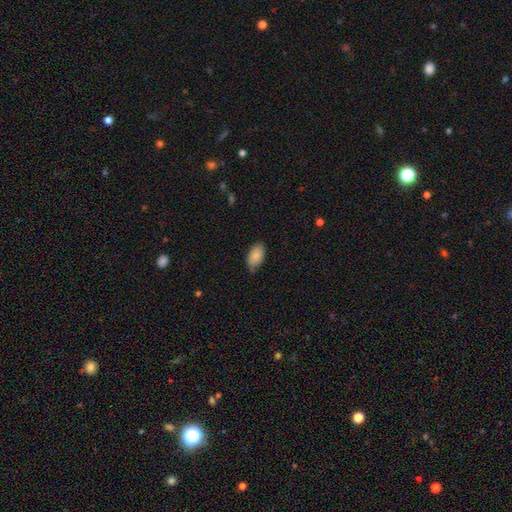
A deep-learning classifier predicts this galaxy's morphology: type=smooth (87%); roundness=in between (94%); merging=none (71%).